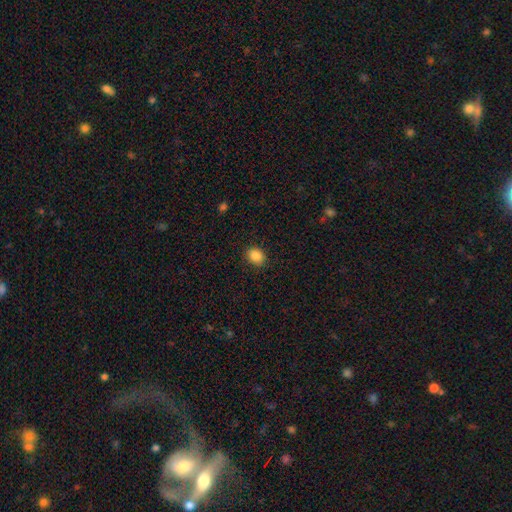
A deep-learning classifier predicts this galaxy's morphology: Smooth or featured: smooth — 87% (star or artifact — 9%)
How rounded: round — 50% (in between — 49%)
Merging: none — 89% (minor disturbance — 8%)